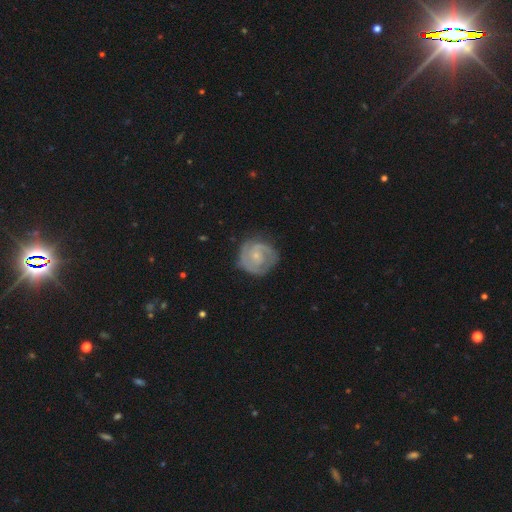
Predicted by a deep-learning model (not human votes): This appears to be a featured or disk galaxy (79%) with no bar (67%), 2 (60%) tight (55%) spiral arms (93%) and a small central bulge (75%). Merging: none (73%).